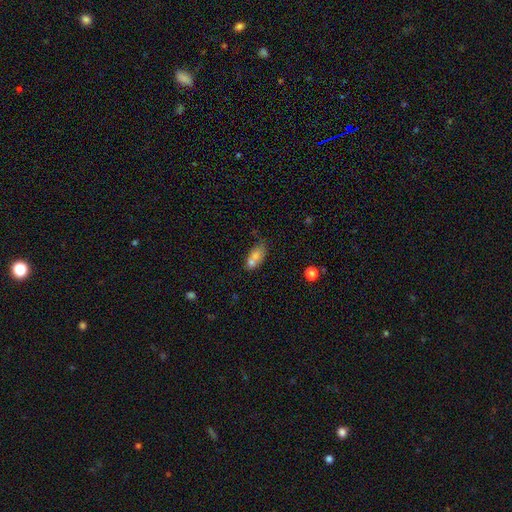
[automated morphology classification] smooth-or-featured: smooth: 70% | featured or disk: 20% | star or artifact: 11%
  how-rounded: in between: 79% | round: 13% | cigar-shaped: 8%
  merging: merger: 47% | none: 33% | minor disturbance: 14% | major disturbance: 6%